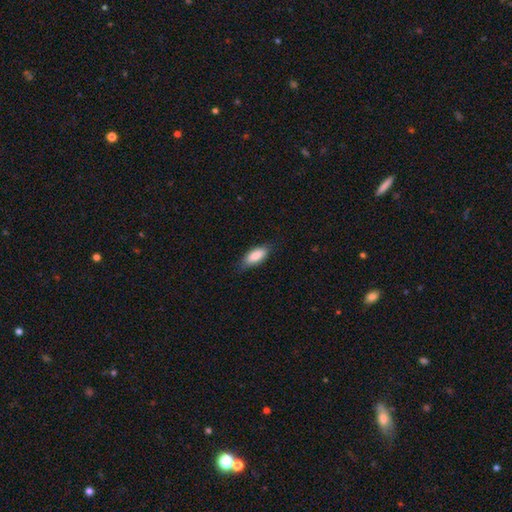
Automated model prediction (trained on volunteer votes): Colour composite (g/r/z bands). It shows a smooth galaxy with no disk features (86%) that is in between round and cigar-shaped (80%). Merging: none (79%).